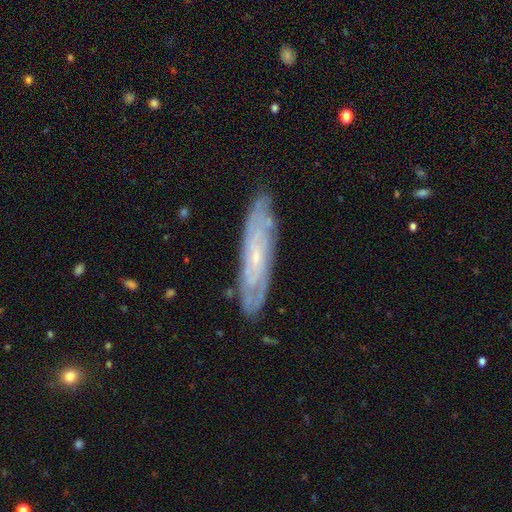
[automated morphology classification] smooth-or-featured: featured or disk: 73% | smooth: 19% | star or artifact: 7%
  disk-edge-on: no: 64% | yes: 36%
  merging: none: 84% | minor disturbance: 12% | major disturbance: 2% | merger: 1%